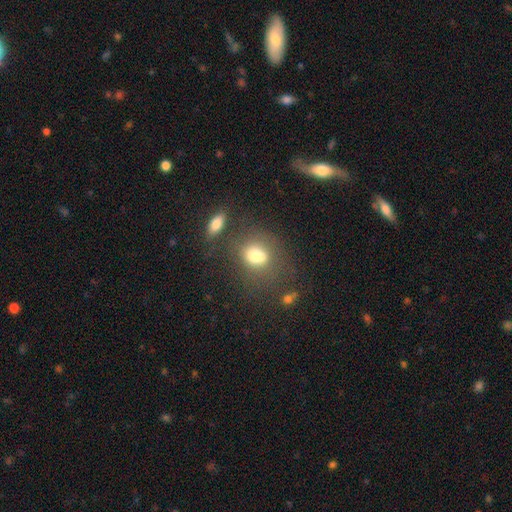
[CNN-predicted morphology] Smooth or featured? smooth (77%)
How rounded? in between (62%)
Merging? none (55%)